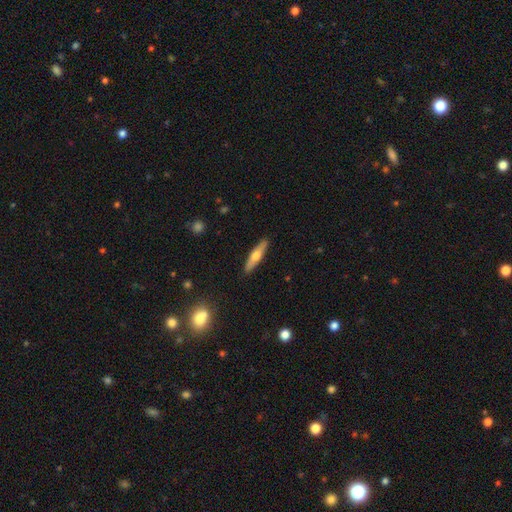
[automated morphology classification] Smooth or featured? Predicted: smooth (p=0.51). How rounded? Predicted: cigar-shaped (p=0.81). Merging? Predicted: none (p=0.90).